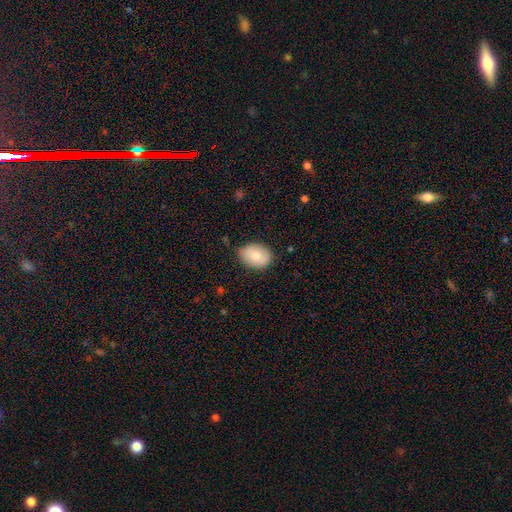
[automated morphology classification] A smooth galaxy with no disk features (78%) that is in between round and cigar-shaped (76%). Merging: none (79%).